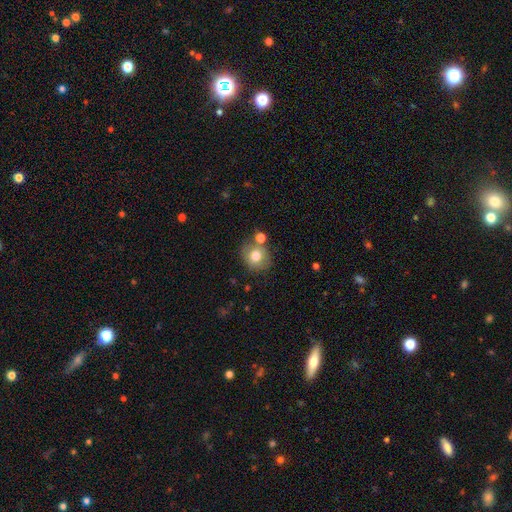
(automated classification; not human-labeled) A smooth galaxy with no disk features (75%) that is round (77%).

Vote fractions:
- Smooth or featured? smooth: 75% / featured or disk: 14% / star or artifact: 10%
- How rounded? round: 77% / in between: 22% / cigar-shaped: 1%
- Merging? none: 67% / merger: 14% / minor disturbance: 14% / major disturbance: 5%